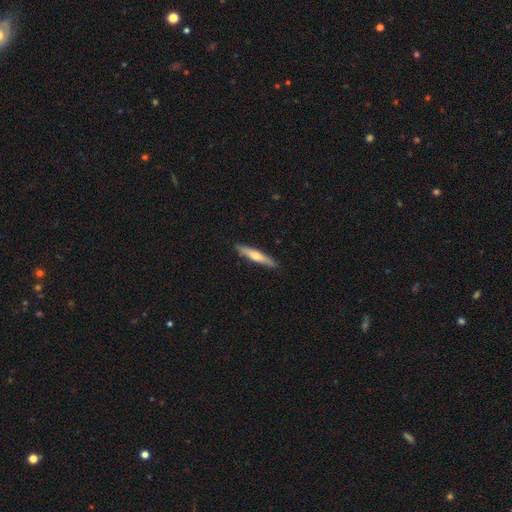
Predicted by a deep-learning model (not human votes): The model was most divided on "smooth or featured": smooth: 50%, featured or disk: 45%, star or artifact: 5%. More confident: how rounded — cigar-shaped (90%); merging — none (90%).